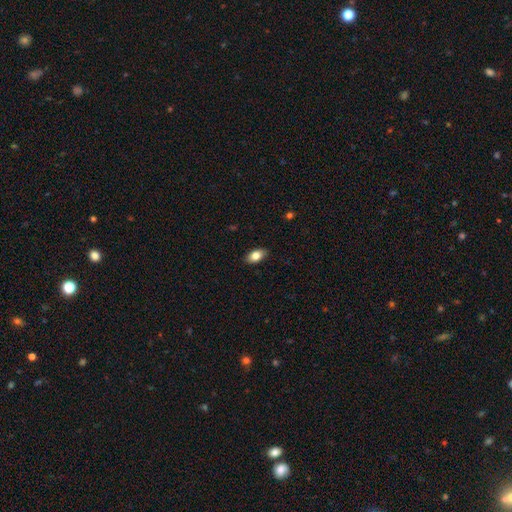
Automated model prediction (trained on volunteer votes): Smooth or featured? Predicted: smooth (p=0.82). How rounded? Predicted: in between (p=0.90). Merging? Predicted: none (p=0.88).